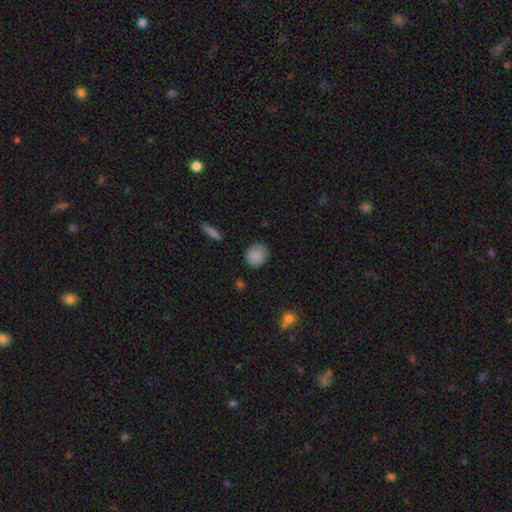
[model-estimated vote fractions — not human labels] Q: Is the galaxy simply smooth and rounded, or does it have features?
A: smooth — 88%.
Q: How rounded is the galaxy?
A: round — 81%.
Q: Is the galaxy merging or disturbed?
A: none — 86%.